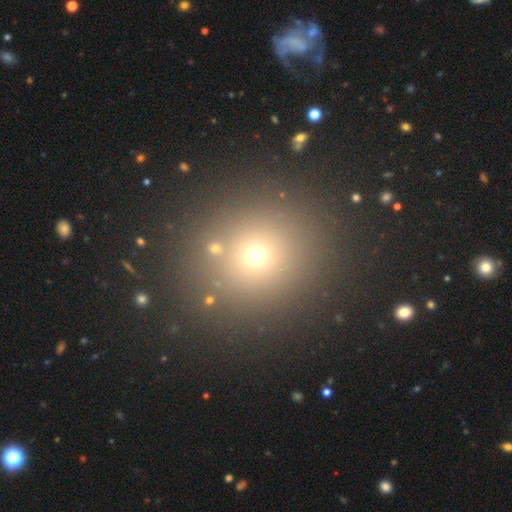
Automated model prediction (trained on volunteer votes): Q: Smooth or featured?
A: smooth (62%); runner-up: star or artifact (29%)
Q: How rounded?
A: round (89%); runner-up: in between (10%)
Q: Merging?
A: none (86%); runner-up: minor disturbance (6%)